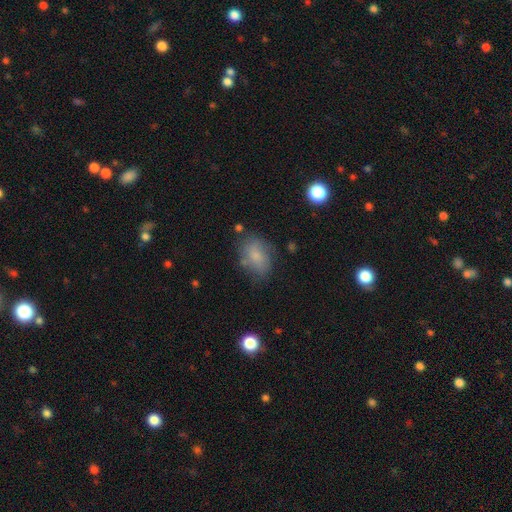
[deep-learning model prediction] smooth-or-featured: smooth: 74% | featured or disk: 16% | star or artifact: 9%
  how-rounded: in between: 79% | round: 19% | cigar-shaped: 2%
  merging: none: 64% | minor disturbance: 23% | major disturbance: 8% | merger: 4%